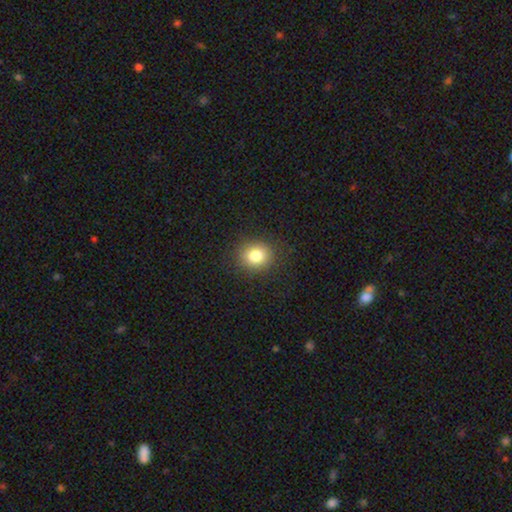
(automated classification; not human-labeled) Smooth or featured: smooth — 82% (star or artifact — 11%)
How rounded: round — 78% (in between — 22%)
Merging: none — 89% (minor disturbance — 7%)